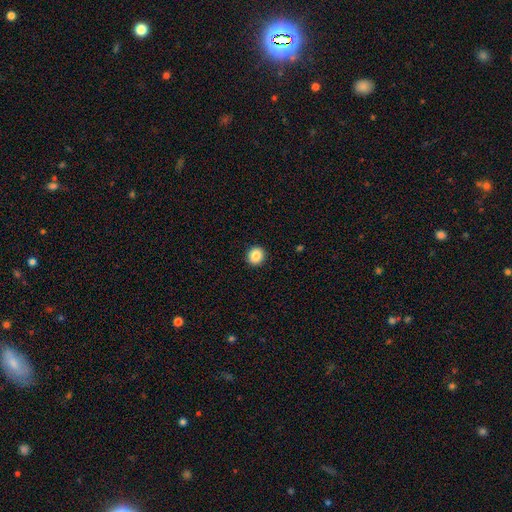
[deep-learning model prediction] smooth-or-featured: smooth: 87% | star or artifact: 9% | featured or disk: 4%
  how-rounded: round: 87% | in between: 12% | cigar-shaped: 1%
  merging: none: 93% | minor disturbance: 5% | major disturbance: 2% | merger: 1%